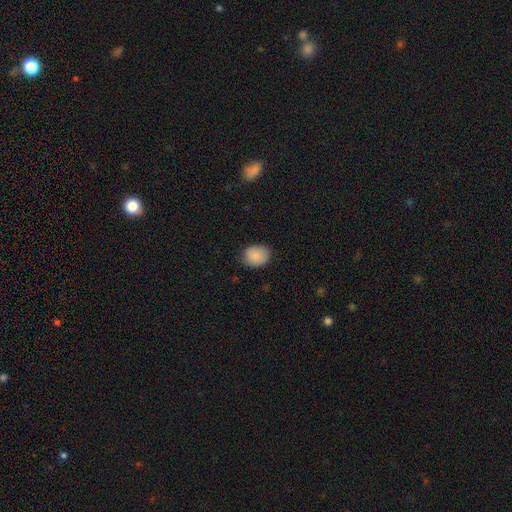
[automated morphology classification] A smooth galaxy with no disk features (89%) that is in between round and cigar-shaped (51%).

Vote fractions:
- Smooth or featured? smooth: 89% / star or artifact: 8% / featured or disk: 4%
- How rounded? in between: 51% / round: 48% / cigar-shaped: 1%
- Merging? none: 82% / minor disturbance: 14% / major disturbance: 3% / merger: 1%